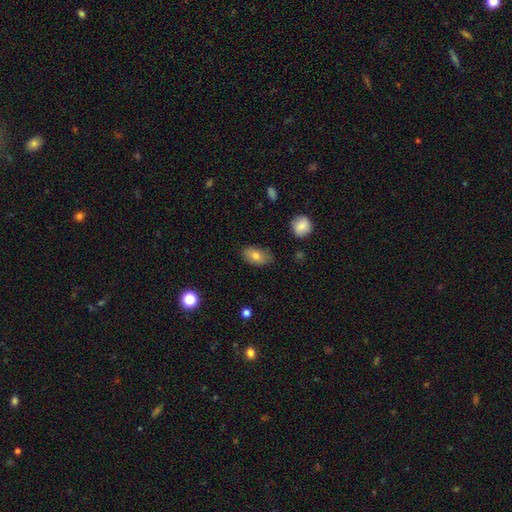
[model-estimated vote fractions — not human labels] A smooth galaxy with no disk features (77%) that is in between round and cigar-shaped (90%). Merging: none (79%).